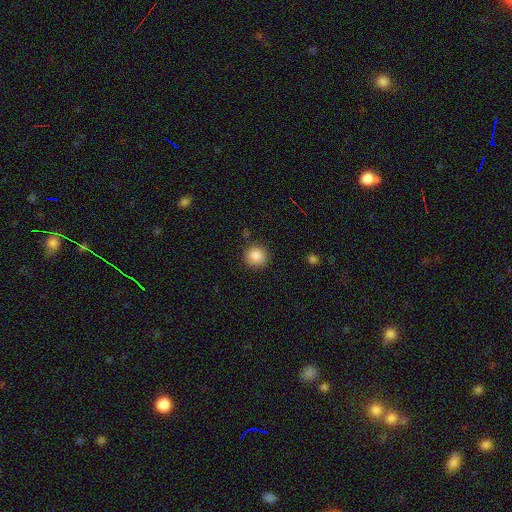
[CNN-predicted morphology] Smooth or featured: smooth — 87% (star or artifact — 9%)
How rounded: round — 94% (in between — 5%)
Merging: none — 89% (minor disturbance — 7%)